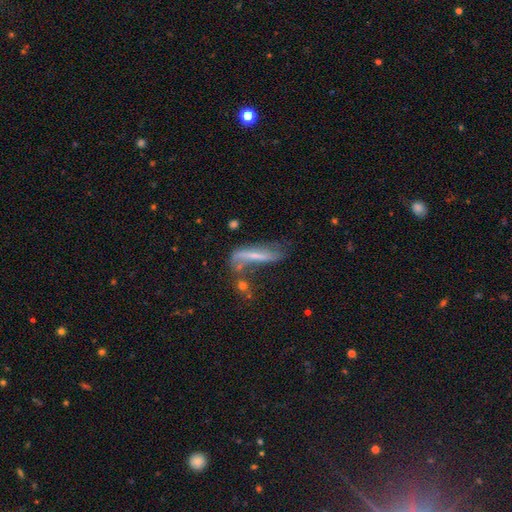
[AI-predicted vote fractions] A featured or disk galaxy (51%). Merging: none (34%).